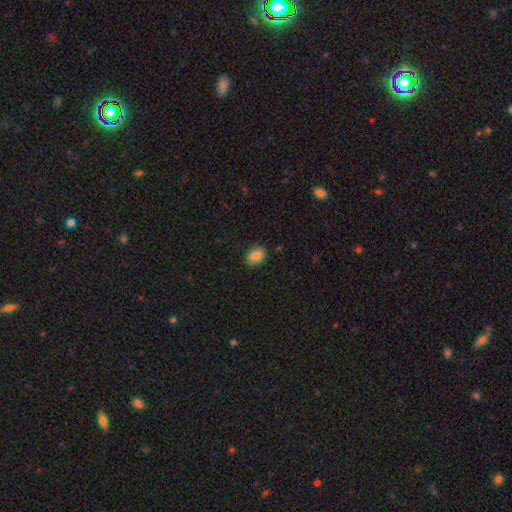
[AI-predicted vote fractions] This appears to be a smooth galaxy with no disk features (84%) that is in between round and cigar-shaped (72%). Merging: none (84%).